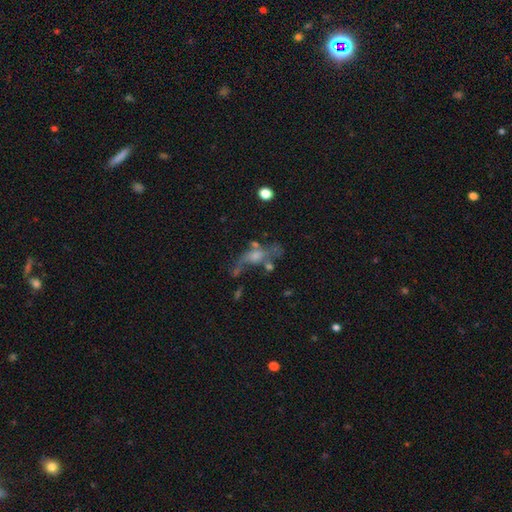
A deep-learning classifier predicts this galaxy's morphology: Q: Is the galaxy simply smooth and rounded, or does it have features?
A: featured or disk — 55%.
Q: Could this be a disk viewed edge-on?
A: no — 86%.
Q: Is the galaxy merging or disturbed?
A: major disturbance — 35%.